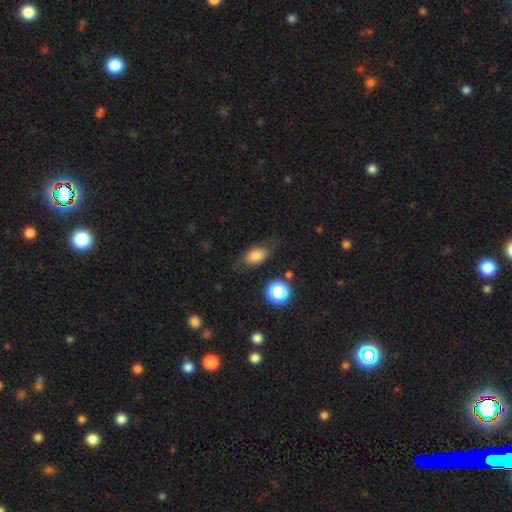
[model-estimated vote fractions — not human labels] smooth-or-featured: smooth: 71% | featured or disk: 18% | star or artifact: 11%
  how-rounded: in between: 83% | round: 12% | cigar-shaped: 5%
  merging: none: 67% | minor disturbance: 20% | major disturbance: 10% | merger: 3%